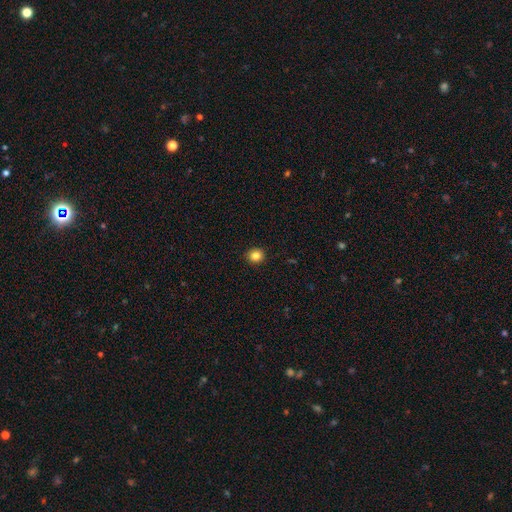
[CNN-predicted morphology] Q: Smooth or featured?
A: smooth (84%); runner-up: star or artifact (11%)
Q: How rounded?
A: round (87%); runner-up: in between (12%)
Q: Merging?
A: none (92%); runner-up: minor disturbance (6%)